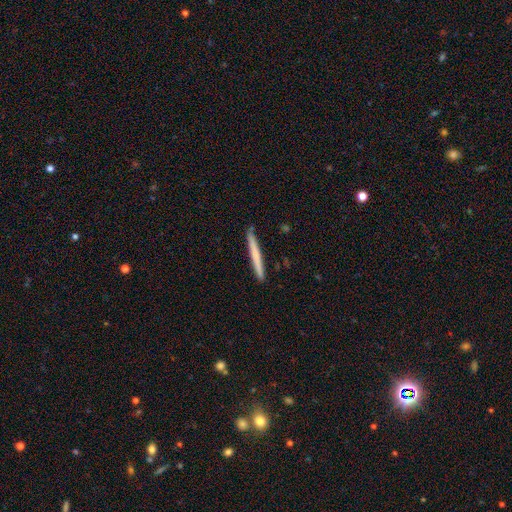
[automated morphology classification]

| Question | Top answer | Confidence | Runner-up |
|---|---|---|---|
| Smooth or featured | smooth | 63% | featured or disk (32%) |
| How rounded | cigar-shaped | 97% | in between (2%) |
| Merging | none | 92% | minor disturbance (6%) |